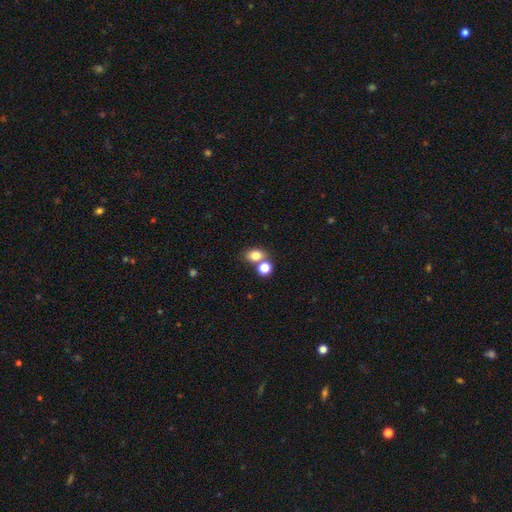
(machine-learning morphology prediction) This is likely a smooth galaxy (78%). How rounded: possibly in between (57%). Merging: possibly none (55%).